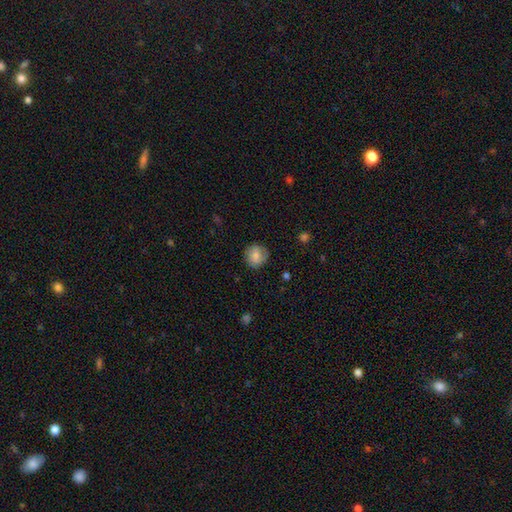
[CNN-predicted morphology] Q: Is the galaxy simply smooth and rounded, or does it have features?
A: smooth — 73%.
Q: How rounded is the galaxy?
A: round — 88%.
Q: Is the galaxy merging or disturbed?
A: none — 79%.